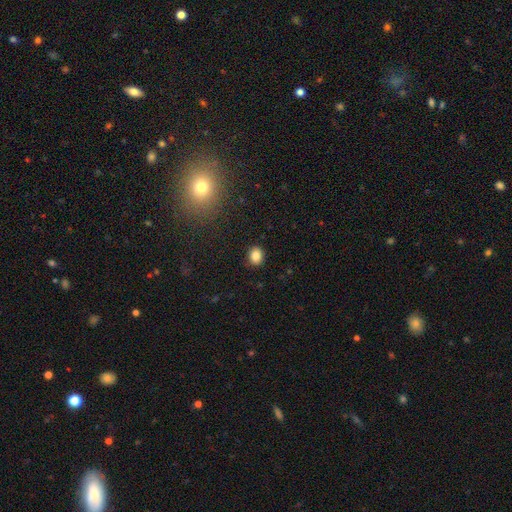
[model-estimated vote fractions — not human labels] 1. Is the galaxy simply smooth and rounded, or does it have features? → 85% smooth, 10% star or artifact, 5% featured or disk.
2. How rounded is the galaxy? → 54% round, 45% in between, 1% cigar-shaped.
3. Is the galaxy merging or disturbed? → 89% none, 8% minor disturbance, 2% major disturbance, 1% merger.